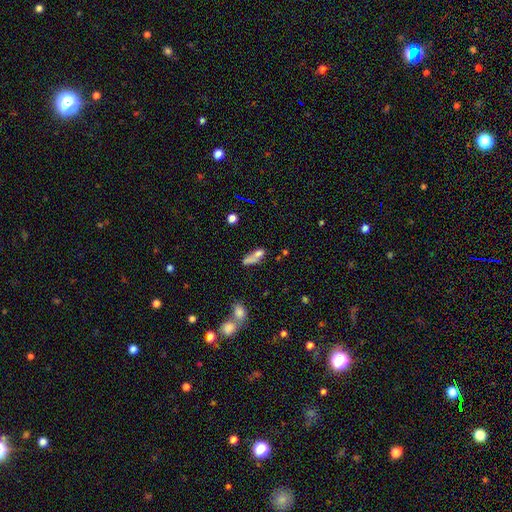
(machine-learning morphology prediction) Smooth or featured? smooth (66%)
How rounded? in between (55%)
Merging? merger (45%)